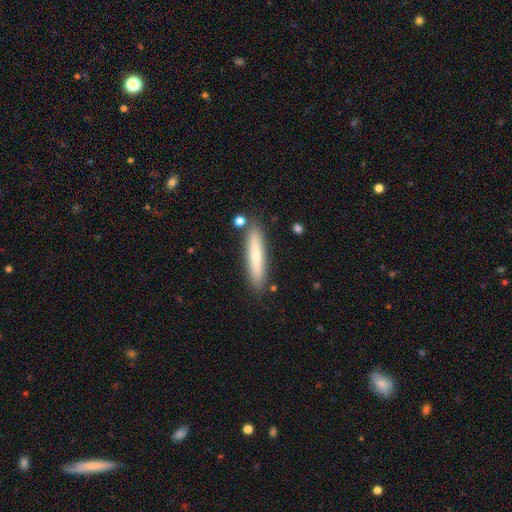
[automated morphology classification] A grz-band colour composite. It shows a smooth galaxy with no disk features (70%) that is cigar-shaped (88%). Merging: none (85%).